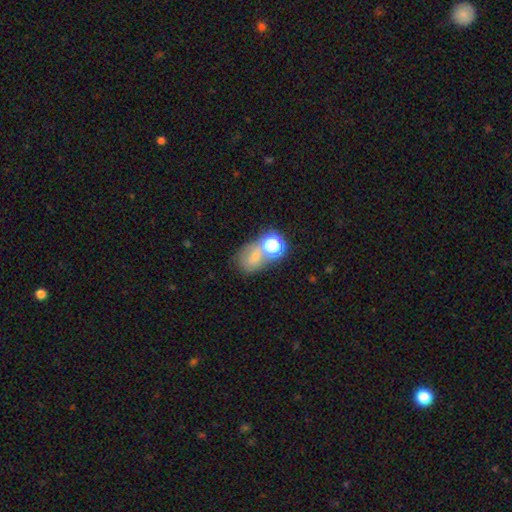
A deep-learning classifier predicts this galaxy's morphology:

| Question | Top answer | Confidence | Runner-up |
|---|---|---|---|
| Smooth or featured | smooth | 57% | star or artifact (23%) |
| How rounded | round | 55% | in between (44%) |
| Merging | merger | 40% | none (37%) |